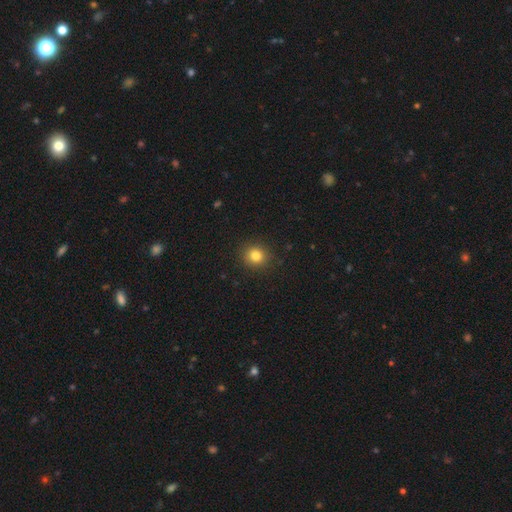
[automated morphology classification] The model was most divided on "smooth or featured": smooth: 82%, star or artifact: 13%, featured or disk: 6%. More confident: merging — none (91%); how rounded — round (88%).